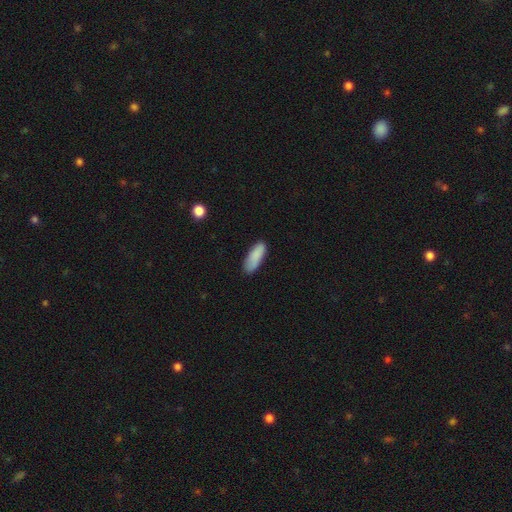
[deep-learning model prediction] Smooth or featured: smooth — 88% (star or artifact — 6%)
How rounded: in between — 66% (cigar-shaped — 33%)
Merging: none — 81% (minor disturbance — 15%)